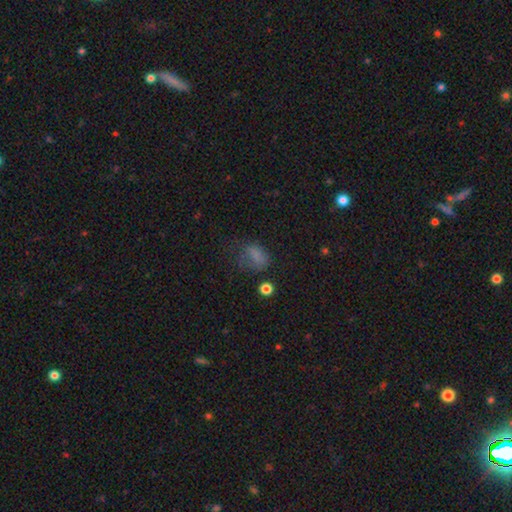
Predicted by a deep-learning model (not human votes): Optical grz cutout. It shows a smooth galaxy with no disk features (70%) that is in between round and cigar-shaped (73%). Merging: none (40%).